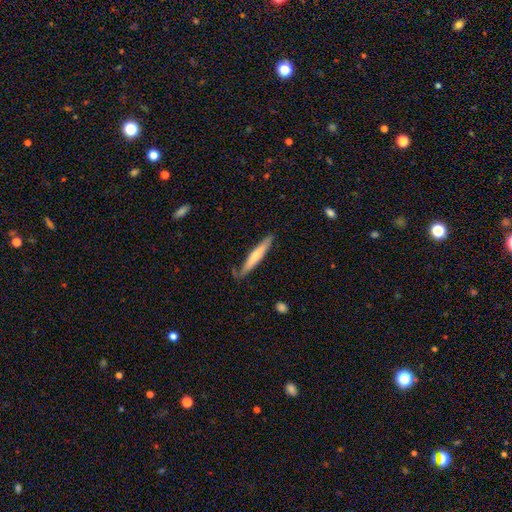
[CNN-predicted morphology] This is likely a smooth galaxy (61%). How rounded: clearly cigar-shaped (93%). Merging: likely none (80%).